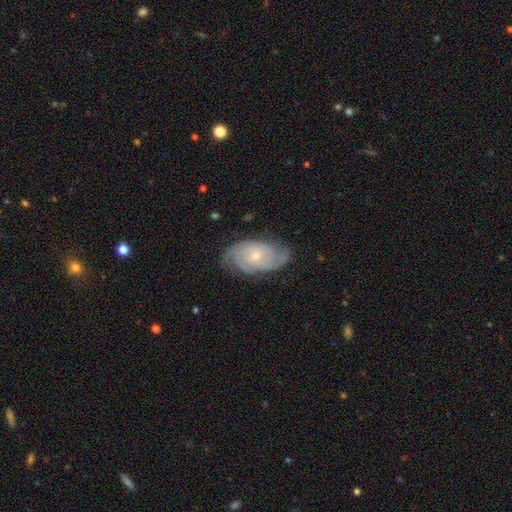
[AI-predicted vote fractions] This is clearly a featured or disk galaxy (83%). It is clearly not viewed edge-on (96%). Bar: likely no (64%). Spiral arm pattern: clearly yes (95%). Spiral arm count: marginally 2 (35%). Spiral winding: likely tight (62%). Central bulge: likely small (68%). Merging: likely none (74%).